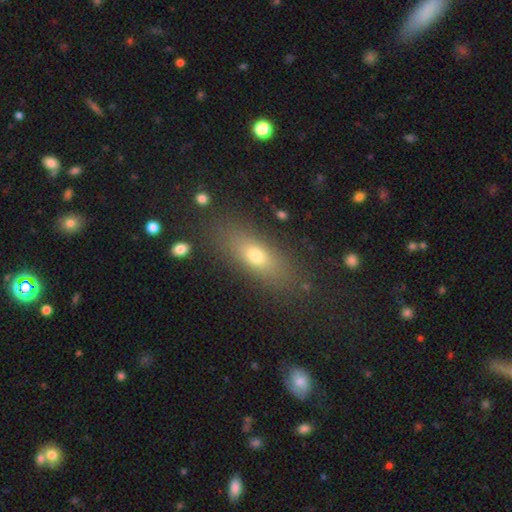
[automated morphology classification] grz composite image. It shows a smooth galaxy with no disk features (70%) that is in between round and cigar-shaped (62%). Merging: none (83%).